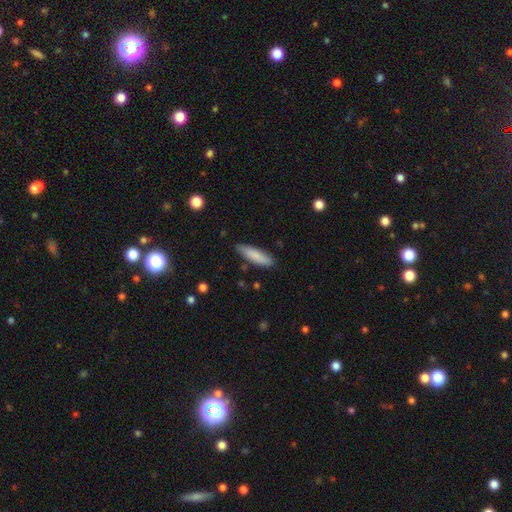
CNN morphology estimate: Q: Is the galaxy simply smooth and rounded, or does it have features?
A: smooth — 84%.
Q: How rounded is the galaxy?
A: cigar-shaped — 64%.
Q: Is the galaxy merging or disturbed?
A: none — 84%.